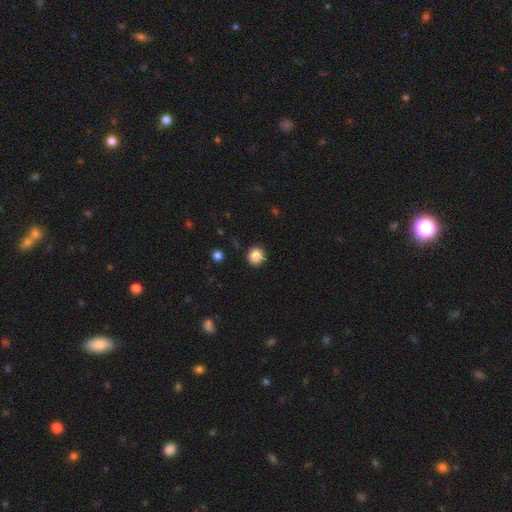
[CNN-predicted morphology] Smooth or featured: smooth — 87% (star or artifact — 10%)
How rounded: round — 89% (in between — 10%)
Merging: none — 89% (minor disturbance — 7%)